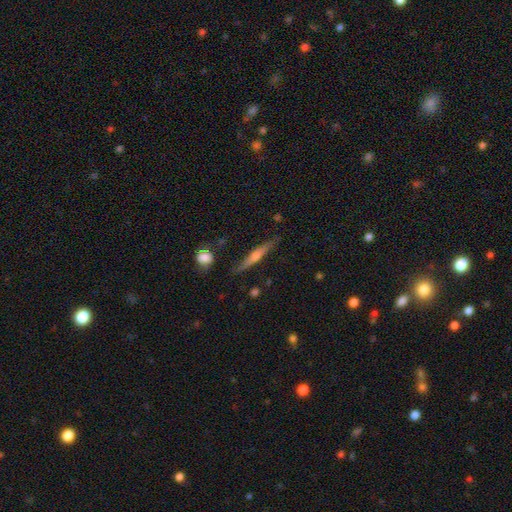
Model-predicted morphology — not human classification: This is possibly a featured or disk galaxy (60%). It is clearly viewed edge-on (97%). Edge-on bulge: likely rounded (68%). Merging: clearly none (85%).